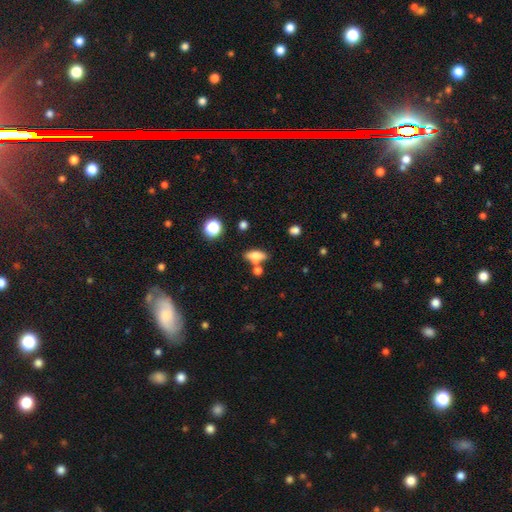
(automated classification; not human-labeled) Smooth or featured? smooth (67%)
How rounded? in between (64%)
Merging? none (55%)